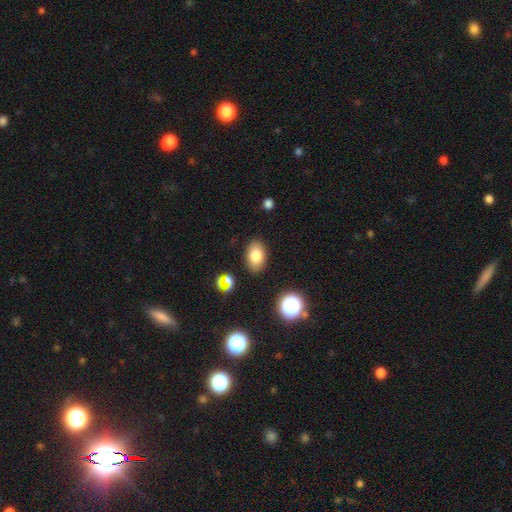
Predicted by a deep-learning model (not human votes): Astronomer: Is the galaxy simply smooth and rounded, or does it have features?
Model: smooth — 80%.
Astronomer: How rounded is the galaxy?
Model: in between — 88%.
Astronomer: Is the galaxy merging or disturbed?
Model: none — 86%.